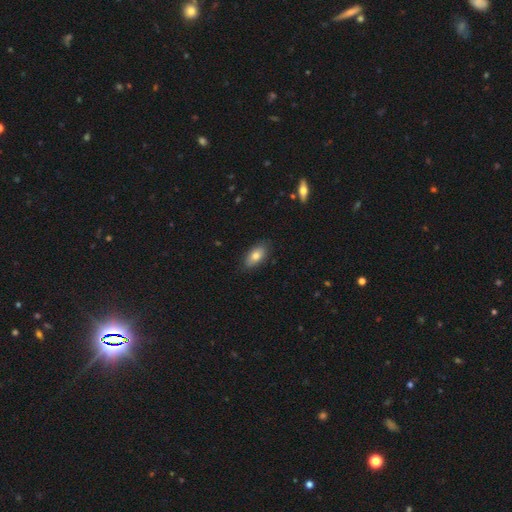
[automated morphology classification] Smooth or featured? smooth (79%)
How rounded? in between (90%)
Merging? none (84%)